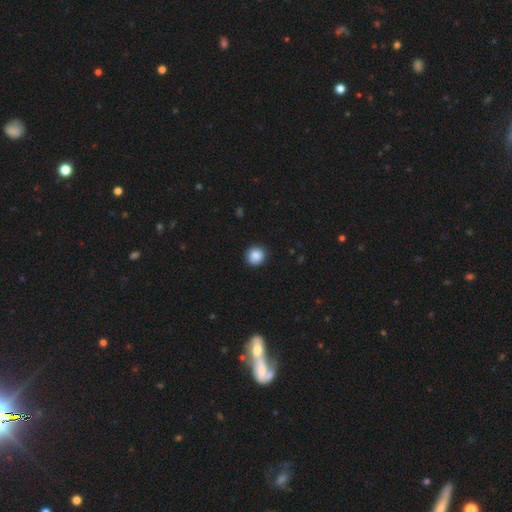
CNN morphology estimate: A smooth galaxy with no disk features (88%) that is round (93%). Merging: none (90%).